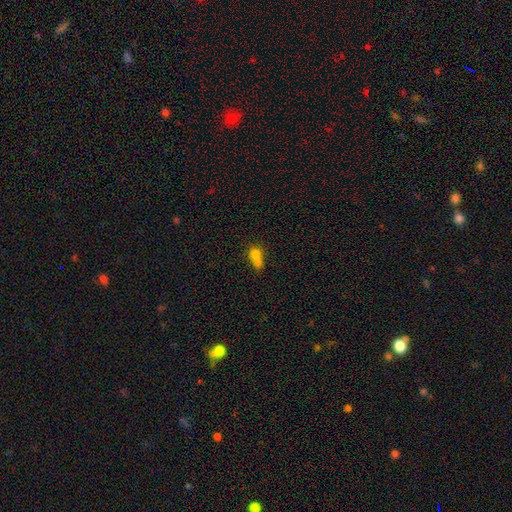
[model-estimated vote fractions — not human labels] smooth 71%, featured or disk 16%, star or artifact 13%. Down the decision tree: how rounded — round (48%); merging — merger (62%).